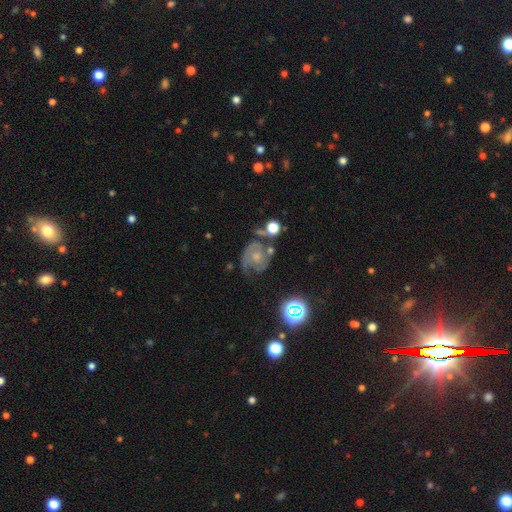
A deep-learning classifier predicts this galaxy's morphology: Overall: featured or disk (76%). Edge-on disk: no (98%). Bar: no (76%). Spiral arms: yes (91%). Spiral arm count: 2 (56%; can't tell 19%). Spiral winding: tight (52%; medium 37%). Bulge size: small (48%; moderate 41%). Merging: none (53%; minor disturbance 23%).